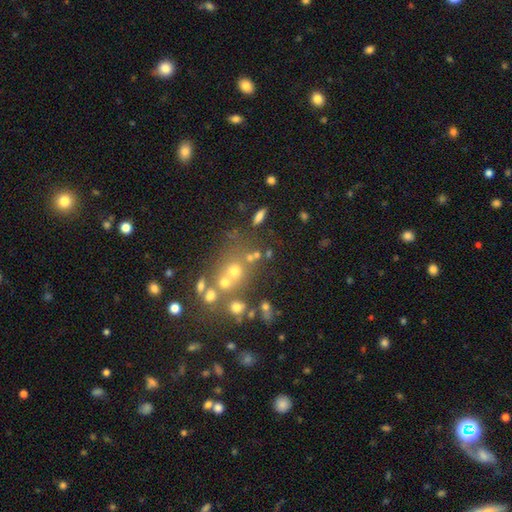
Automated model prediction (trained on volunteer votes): This is possibly a smooth galaxy (59%). How rounded: likely round (62%). Merging: possibly none (55%).